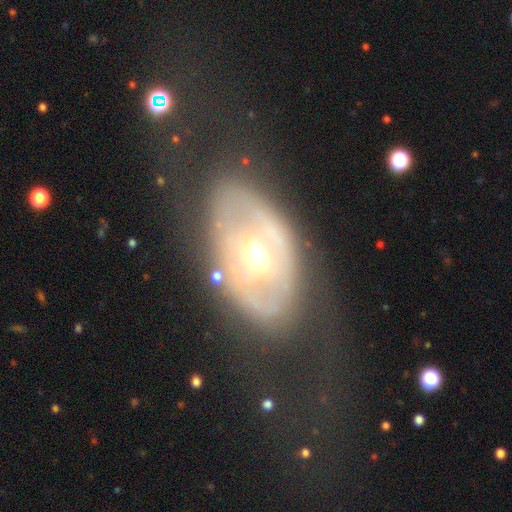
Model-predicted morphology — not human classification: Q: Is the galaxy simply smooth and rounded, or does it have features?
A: featured or disk — 70%.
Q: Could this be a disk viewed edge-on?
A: no — 91%.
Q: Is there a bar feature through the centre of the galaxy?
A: no — 54%.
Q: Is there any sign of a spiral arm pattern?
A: no — 68%.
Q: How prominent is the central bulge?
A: moderate — 71%.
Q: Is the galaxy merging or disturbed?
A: none — 62%.